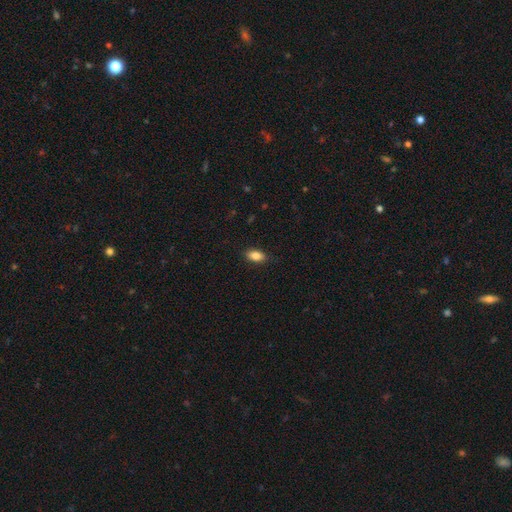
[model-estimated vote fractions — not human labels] smooth-or-featured: smooth: 86% | star or artifact: 8% | featured or disk: 6%
  how-rounded: in between: 90% | round: 6% | cigar-shaped: 4%
  merging: none: 87% | minor disturbance: 10% | major disturbance: 2% | merger: 1%